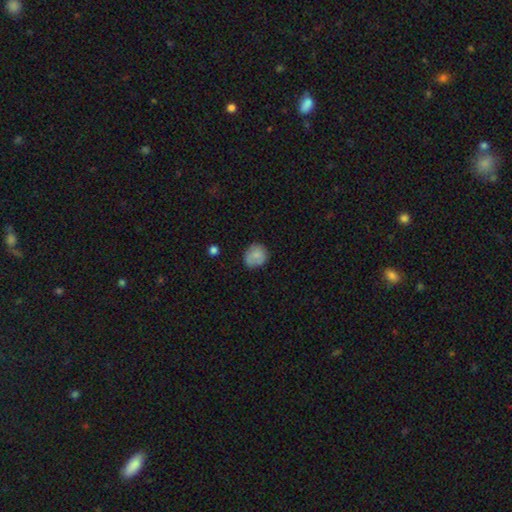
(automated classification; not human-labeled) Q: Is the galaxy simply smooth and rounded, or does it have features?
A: smooth — 79%.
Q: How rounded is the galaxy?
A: round — 80%.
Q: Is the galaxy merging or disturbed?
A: none — 71%.